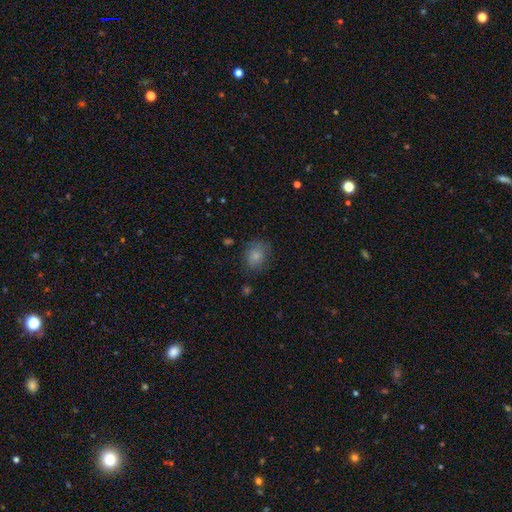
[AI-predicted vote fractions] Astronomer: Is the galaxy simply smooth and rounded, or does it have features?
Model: smooth — 82%.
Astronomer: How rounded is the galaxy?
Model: in between — 50% (runner-up: round, 49%).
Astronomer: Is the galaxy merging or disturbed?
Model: none — 74%.